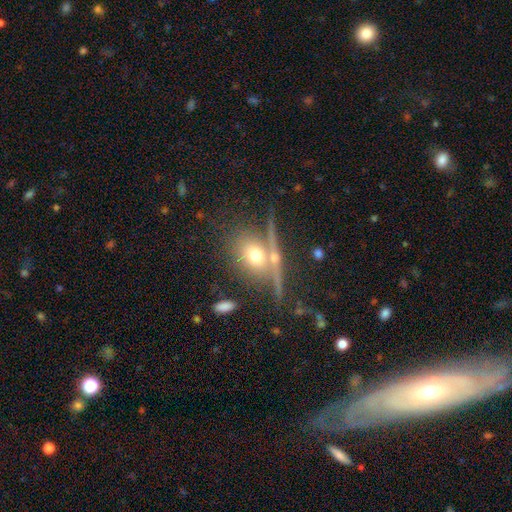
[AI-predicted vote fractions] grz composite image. It shows a smooth galaxy with no disk features (52%) that is round (54%). Merging: none (54%).